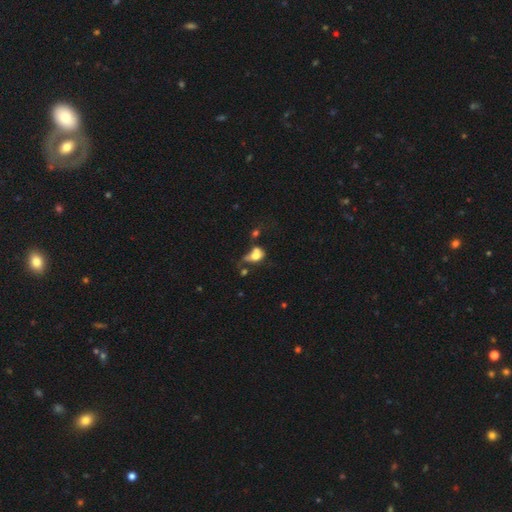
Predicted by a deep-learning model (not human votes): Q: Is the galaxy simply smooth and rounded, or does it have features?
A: smooth — 61%.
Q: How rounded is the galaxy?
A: in between — 65%.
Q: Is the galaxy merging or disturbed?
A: merger — 37%.